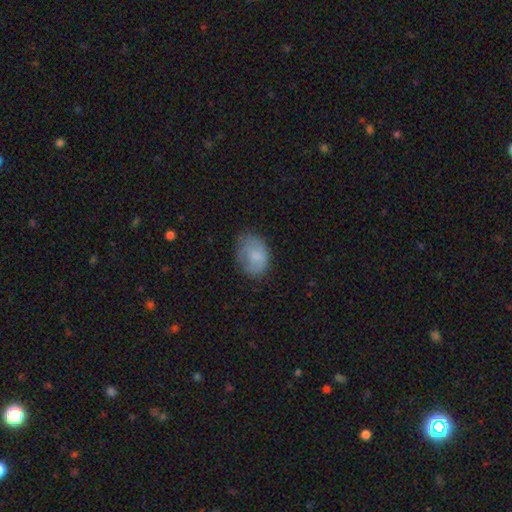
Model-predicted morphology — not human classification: Q: Smooth or featured?
A: smooth (73%); runner-up: featured or disk (19%)
Q: How rounded?
A: in between (74%); runner-up: round (25%)
Q: Merging?
A: none (59%); runner-up: minor disturbance (28%)